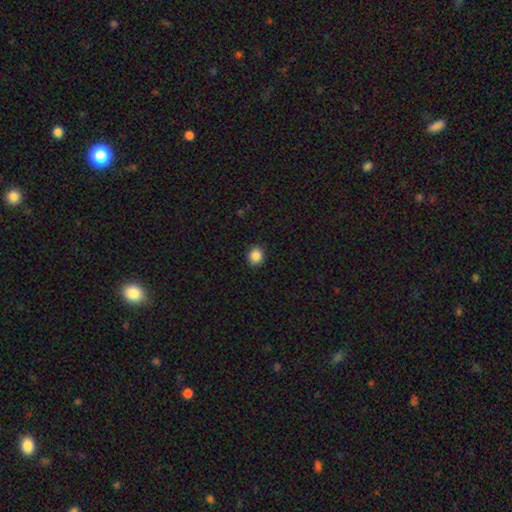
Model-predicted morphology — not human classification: smooth_or_featured: smooth (p=0.87) [alt: star or artifact p=0.10]
how_rounded: round (p=0.80) [alt: in between p=0.20]
merging: none (p=0.91) [alt: minor disturbance p=0.06]